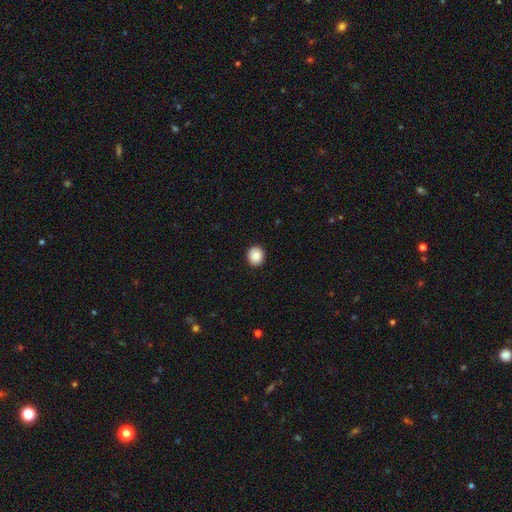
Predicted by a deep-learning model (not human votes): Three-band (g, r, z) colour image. It shows a smooth galaxy with no disk features (87%) that is round (83%). Merging: none (91%).